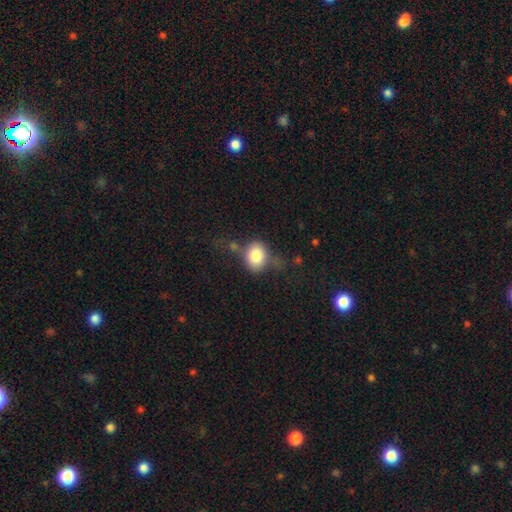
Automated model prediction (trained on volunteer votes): smooth 78%, featured or disk 13%, star or artifact 9%. Down the decision tree: how rounded — round (54%); merging — none (54%).